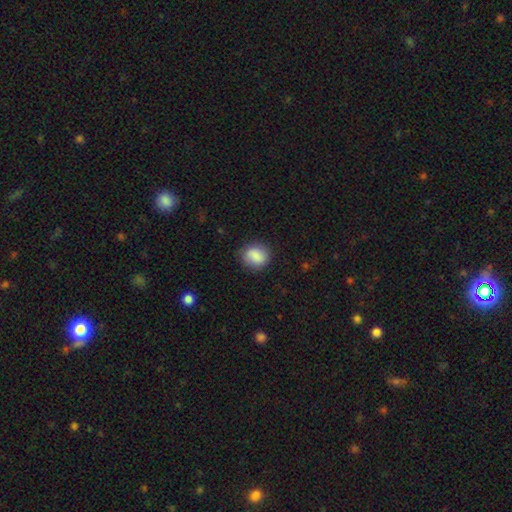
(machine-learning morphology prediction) smooth-or-featured: smooth: 85% | star or artifact: 7% | featured or disk: 7%
  how-rounded: round: 74% | in between: 25% | cigar-shaped: 1%
  merging: none: 81% | minor disturbance: 14% | major disturbance: 4% | merger: 1%